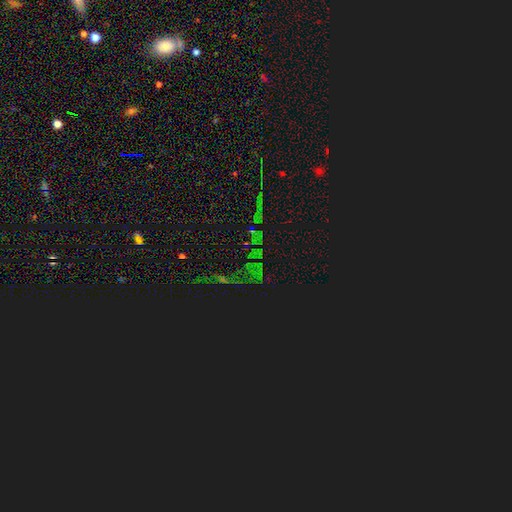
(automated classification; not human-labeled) Smooth or featured? star or artifact (82%)